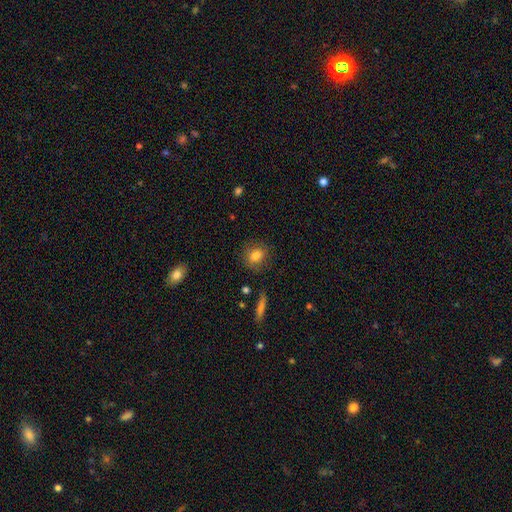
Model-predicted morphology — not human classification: type=smooth (80%); roundness=round (61%); merging=none (83%).